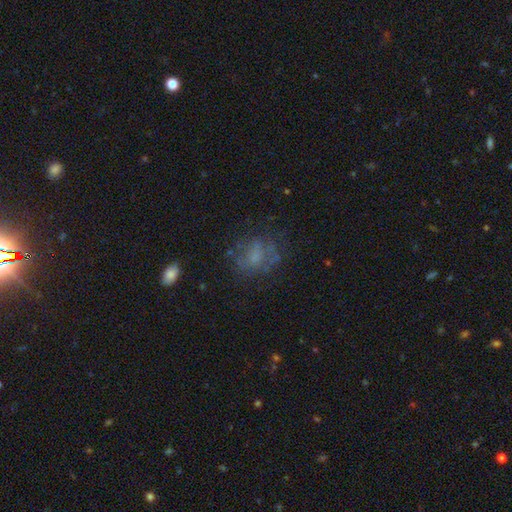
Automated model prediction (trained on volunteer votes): Smooth or featured? smooth (45%)
Merging? none (57%)